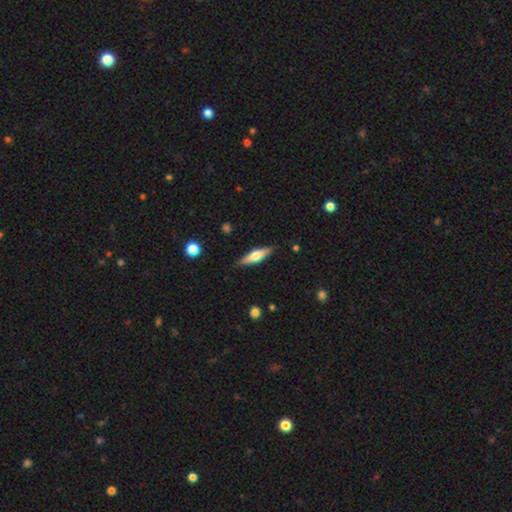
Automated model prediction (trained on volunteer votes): A featured or disk galaxy (51%) viewed edge-on (93%).

Vote fractions:
- Smooth or featured? featured or disk: 51% / smooth: 44% / star or artifact: 6%
- Edge-on disk? yes: 93% / no: 7%
- Merging? none: 87% / minor disturbance: 9% / major disturbance: 2% / merger: 1%